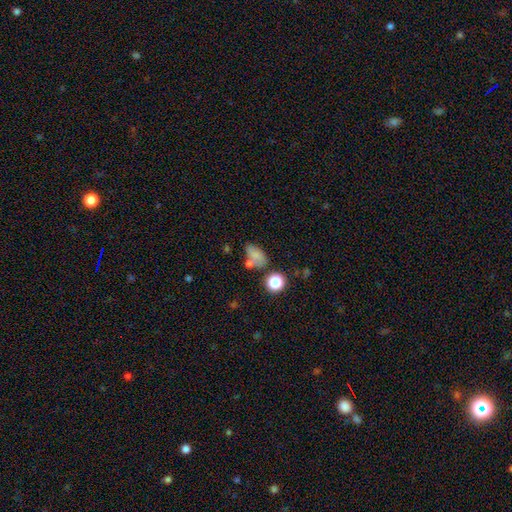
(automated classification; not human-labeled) A smooth galaxy with no disk features (73%) that is in between round and cigar-shaped (81%). Merging: none (46%).